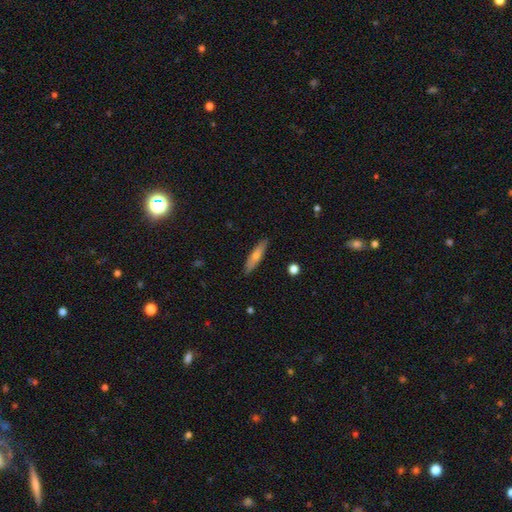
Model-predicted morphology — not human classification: Smooth or featured?
  - smooth: 59% *
  - featured or disk: 35%
  - star or artifact: 6%
How rounded?
  - cigar-shaped: 81% *
  - in between: 17%
  - round: 2%
Merging?
  - none: 90% *
  - minor disturbance: 8%
  - major disturbance: 1%
  - merger: 1%